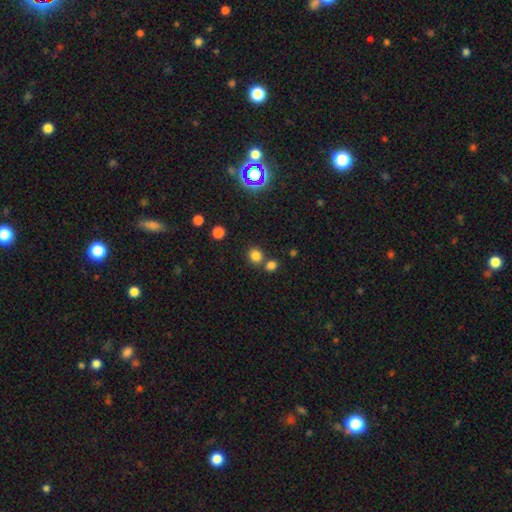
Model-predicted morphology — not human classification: Smooth or featured: smooth — 79% (star or artifact — 16%)
How rounded: round — 82% (in between — 17%)
Merging: none — 67% (merger — 22%)